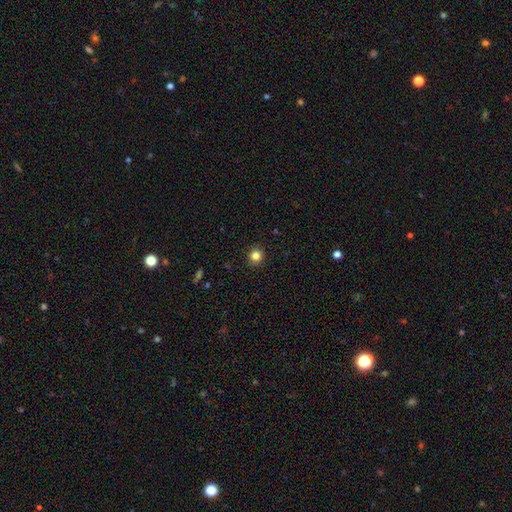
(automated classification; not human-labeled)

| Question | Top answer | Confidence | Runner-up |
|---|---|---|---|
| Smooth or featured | smooth | 83% | star or artifact (12%) |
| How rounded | round | 92% | in between (7%) |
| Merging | none | 92% | minor disturbance (5%) |